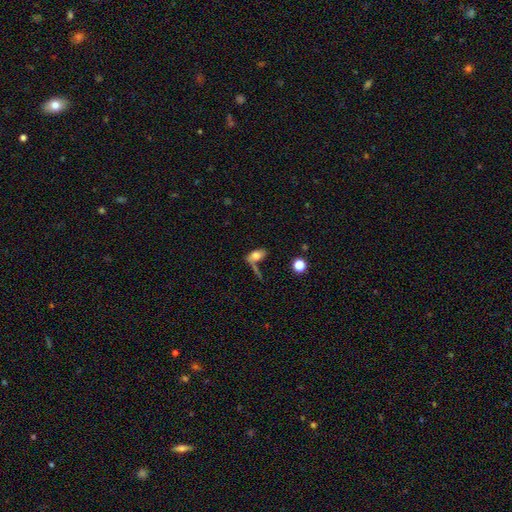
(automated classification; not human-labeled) smooth-or-featured: smooth: 72% | featured or disk: 18% | star or artifact: 10%
  how-rounded: in between: 86% | round: 7% | cigar-shaped: 7%
  merging: none: 42% | merger: 26% | minor disturbance: 17% | major disturbance: 15%